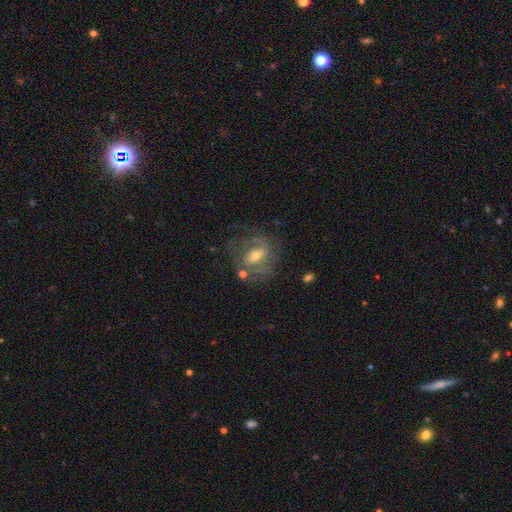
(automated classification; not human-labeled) Smooth or featured? featured or disk (78%)
Edge-on disk? no (96%)
Bar? weak (46%)
Spiral arms? yes (84%)
Spiral winding? medium (44%)
Spiral arm count? 2 (51%)
Bulge size? moderate (59%)
Merging? none (57%)